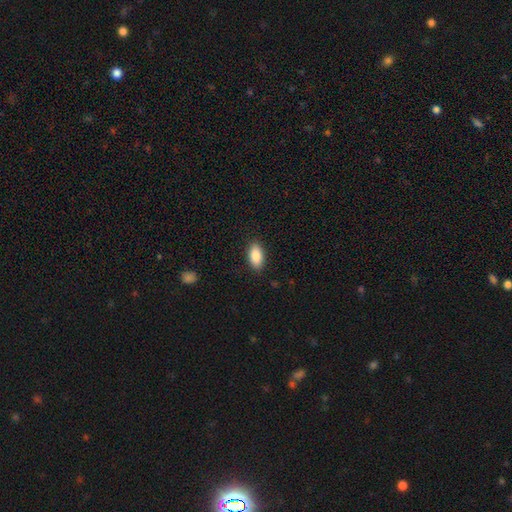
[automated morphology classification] This is clearly a smooth galaxy (87%). How rounded: clearly in between (92%). Merging: clearly none (88%).